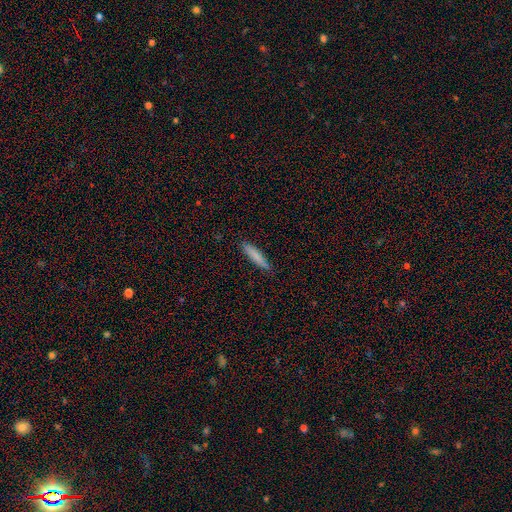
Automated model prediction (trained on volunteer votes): Smooth or featured? Predicted: smooth (p=0.81). How rounded? Predicted: cigar-shaped (p=0.89). Merging? Predicted: none (p=0.87).